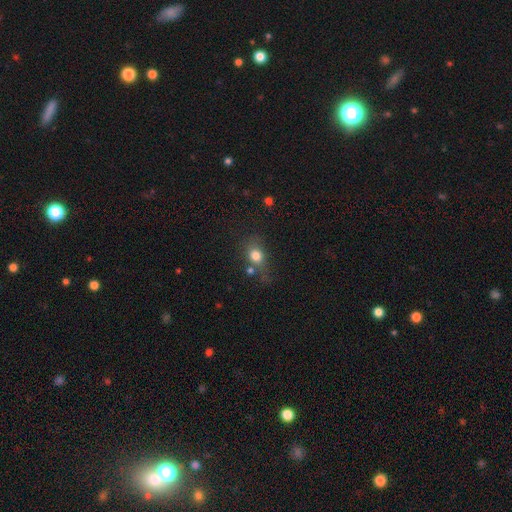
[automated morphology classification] A smooth galaxy with no disk features (77%) that is round (52%). Merging: none (50%).